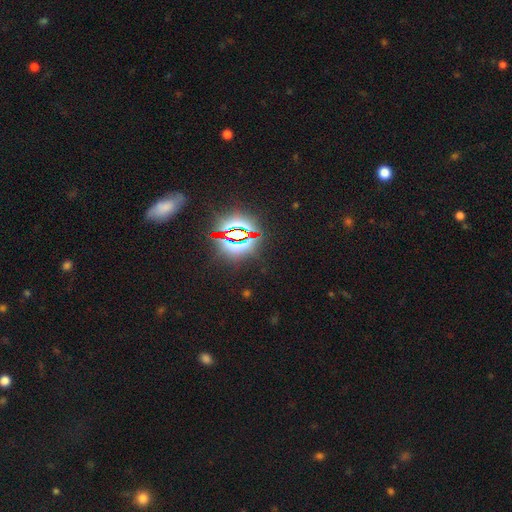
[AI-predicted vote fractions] Overall: star or artifact (79%).